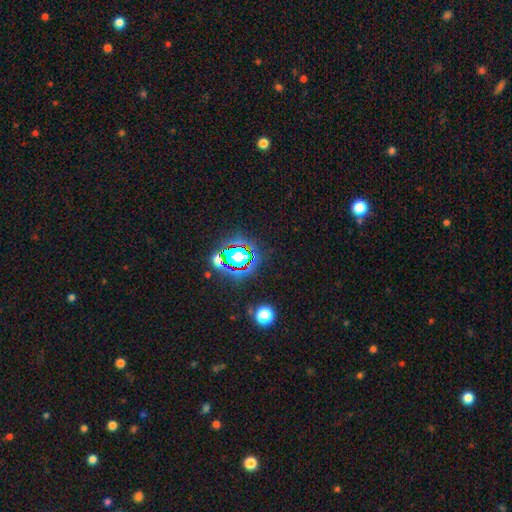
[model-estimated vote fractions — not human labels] smooth-or-featured: star or artifact: 81% | smooth: 11% | featured or disk: 7%